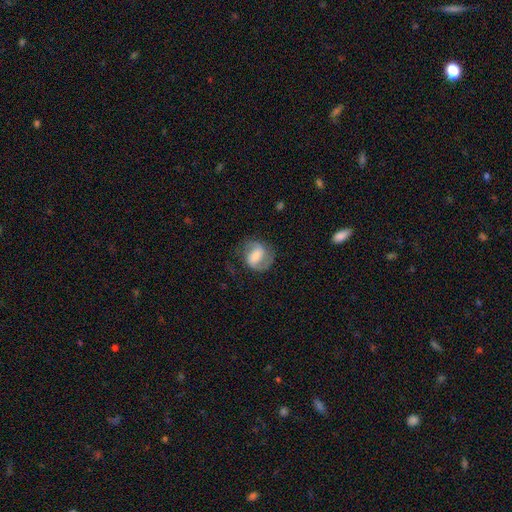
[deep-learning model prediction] Smooth or featured? featured or disk (65%)
Edge-on disk? no (97%)
Bar? weak (42%)
Spiral arms? yes (87%)
Spiral winding? medium (48%)
Spiral arm count? 2 (83%)
Bulge size? moderate (44%)
Merging? none (66%)